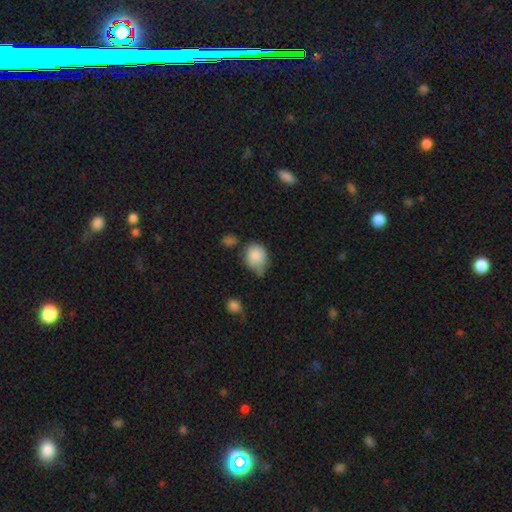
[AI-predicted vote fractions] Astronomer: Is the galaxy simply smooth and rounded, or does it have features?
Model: smooth — 85%.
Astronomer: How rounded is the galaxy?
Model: round — 58% (runner-up: in between, 41%).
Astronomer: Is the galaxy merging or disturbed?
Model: minor disturbance — 41% (runner-up: none, 39%).